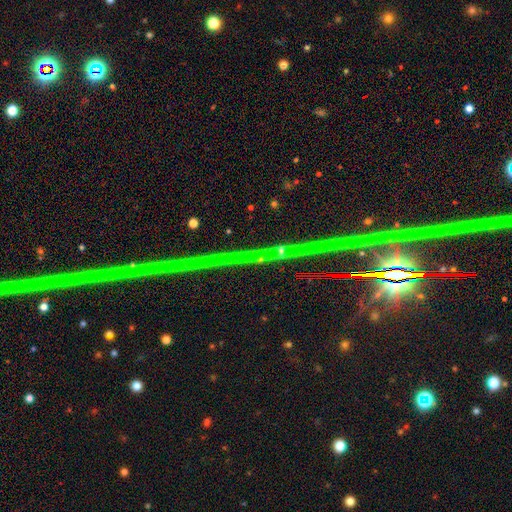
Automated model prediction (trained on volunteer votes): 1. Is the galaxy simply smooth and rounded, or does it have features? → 87% star or artifact, 8% featured or disk, 5% smooth.